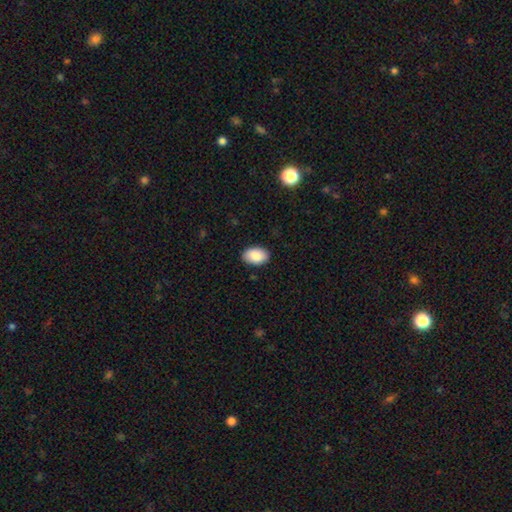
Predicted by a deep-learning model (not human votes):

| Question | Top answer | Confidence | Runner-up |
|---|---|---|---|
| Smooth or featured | smooth | 89% | star or artifact (6%) |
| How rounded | in between | 91% | round (8%) |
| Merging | none | 88% | minor disturbance (9%) |